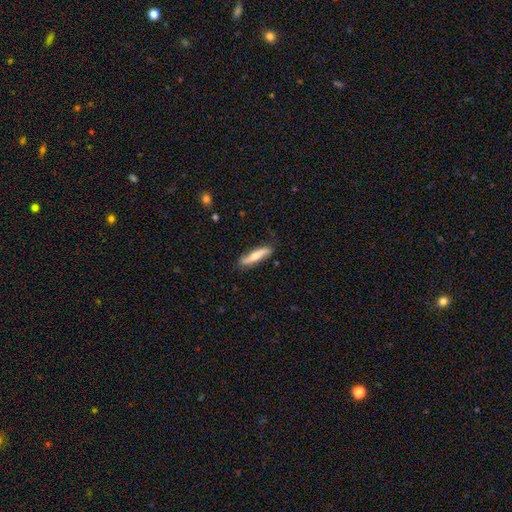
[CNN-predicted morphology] Overall: smooth (54%; featured or disk 41%). How rounded: cigar-shaped (82%). Merging: none (81%).